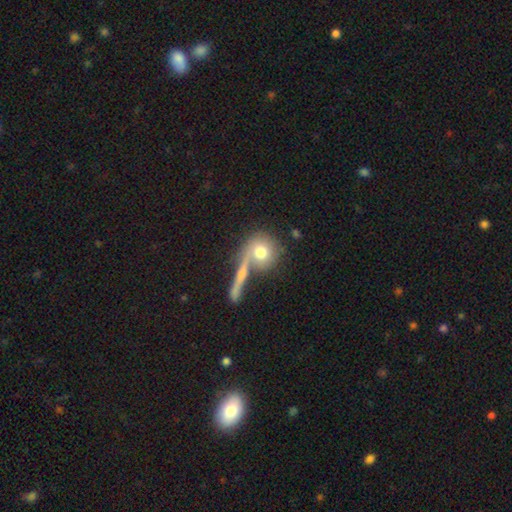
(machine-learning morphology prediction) smooth-or-featured: smooth: 62% | featured or disk: 25% | star or artifact: 13%
  how-rounded: round: 84% | in between: 11% | cigar-shaped: 5%
  merging: none: 49% | merger: 31% | minor disturbance: 11% | major disturbance: 9%